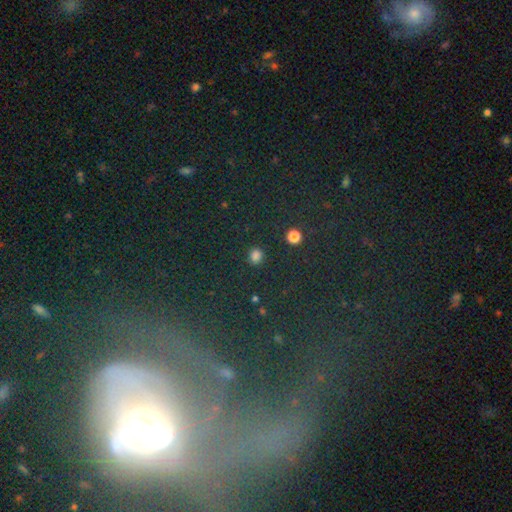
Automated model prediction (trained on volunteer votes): Smooth or featured?
  - smooth: 78% *
  - star or artifact: 18%
  - featured or disk: 4%
How rounded?
  - round: 74% *
  - in between: 25%
  - cigar-shaped: 1%
Merging?
  - none: 87% *
  - minor disturbance: 8%
  - major disturbance: 3%
  - merger: 2%